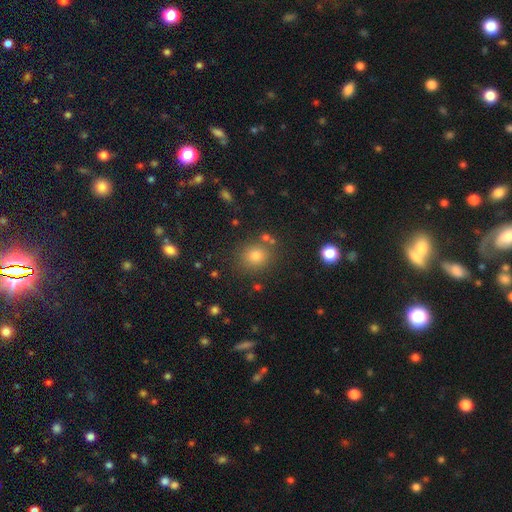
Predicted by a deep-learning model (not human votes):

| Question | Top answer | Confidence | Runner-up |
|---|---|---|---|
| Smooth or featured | smooth | 77% | star or artifact (16%) |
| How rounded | round | 80% | in between (19%) |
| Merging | none | 81% | minor disturbance (10%) |